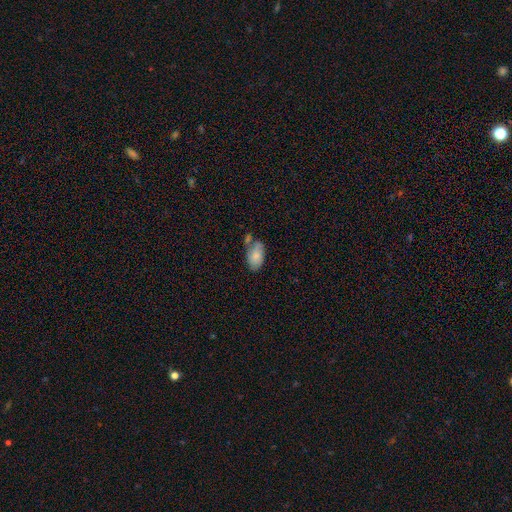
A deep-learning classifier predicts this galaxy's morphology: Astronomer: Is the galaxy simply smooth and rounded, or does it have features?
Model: smooth — 79%.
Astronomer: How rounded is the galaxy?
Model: in between — 94%.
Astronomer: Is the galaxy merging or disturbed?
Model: none — 45% (runner-up: minor disturbance, 24%).